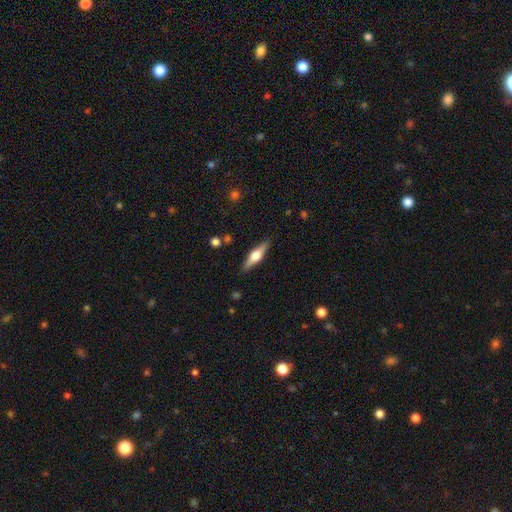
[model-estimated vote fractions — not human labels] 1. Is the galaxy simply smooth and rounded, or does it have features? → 60% featured or disk, 34% smooth, 6% star or artifact.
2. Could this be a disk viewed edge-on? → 96% yes, 4% no.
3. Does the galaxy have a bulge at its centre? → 93% rounded, 5% boxy, 2% none.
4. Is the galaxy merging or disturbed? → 88% none, 8% minor disturbance, 2% major disturbance, 2% merger.